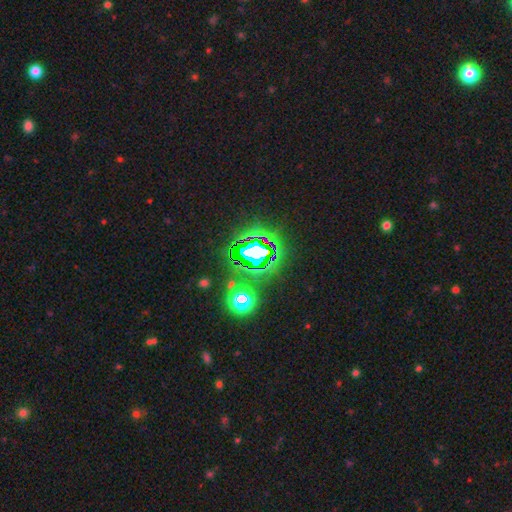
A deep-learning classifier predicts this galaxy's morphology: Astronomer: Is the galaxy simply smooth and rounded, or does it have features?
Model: star or artifact — 72%.